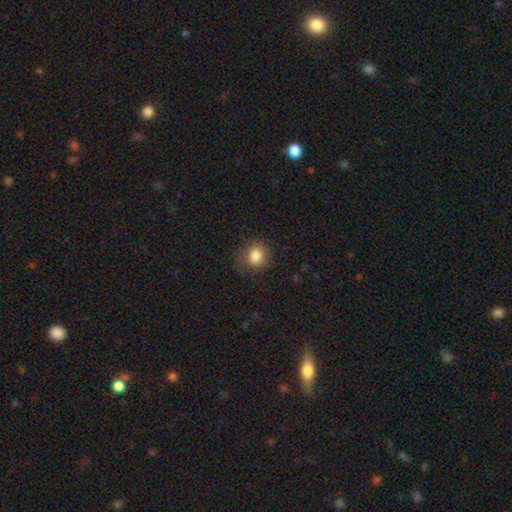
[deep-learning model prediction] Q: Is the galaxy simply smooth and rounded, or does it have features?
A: smooth — 84%.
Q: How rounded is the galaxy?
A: round — 74%.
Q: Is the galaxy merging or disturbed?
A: none — 79%.